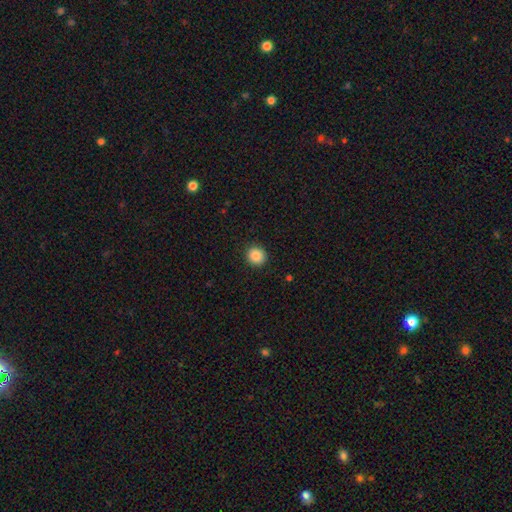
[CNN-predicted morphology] Smooth or featured?
  - smooth: 87% *
  - star or artifact: 9%
  - featured or disk: 4%
How rounded?
  - round: 88% *
  - in between: 11%
  - cigar-shaped: 1%
Merging?
  - none: 91% *
  - minor disturbance: 6%
  - major disturbance: 2%
  - merger: 1%